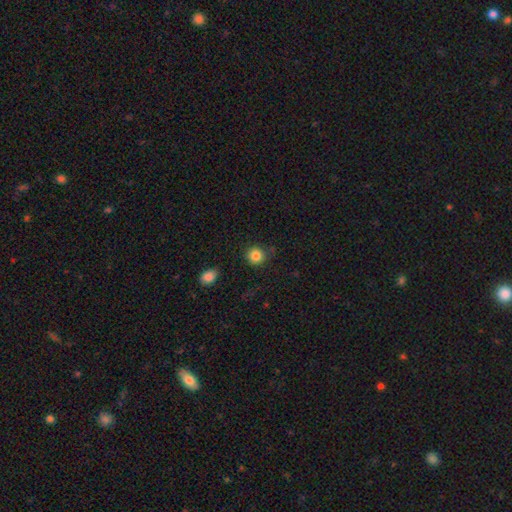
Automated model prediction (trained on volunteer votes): Smooth or featured? Predicted: smooth (p=0.85). How rounded? Predicted: round (p=0.91). Merging? Predicted: none (p=0.83).